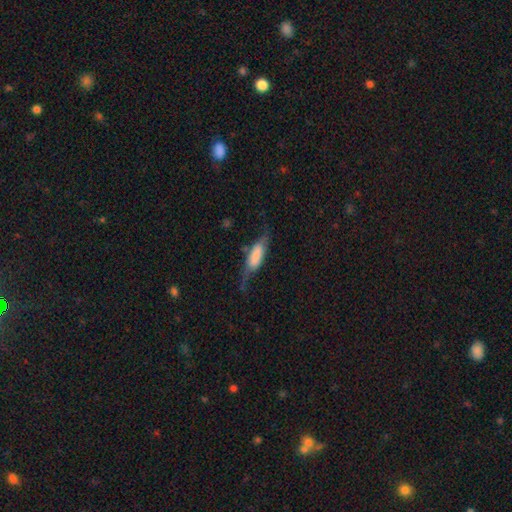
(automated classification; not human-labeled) This is possibly a smooth galaxy (58%). How rounded: possibly in between (59%). Merging: marginally none (42%).